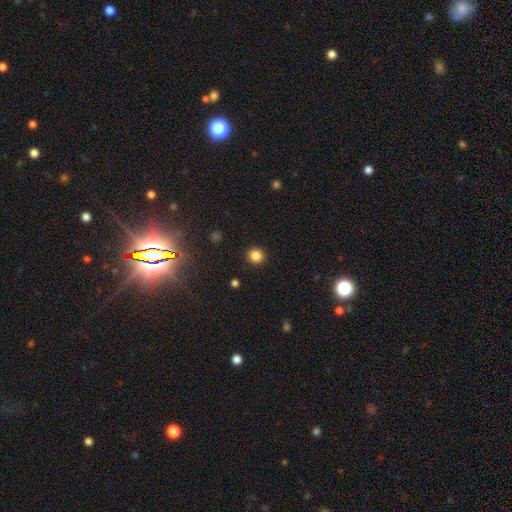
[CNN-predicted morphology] smooth_or_featured: smooth (p=0.84) [alt: star or artifact p=0.12]
how_rounded: round (p=0.91) [alt: in between p=0.08]
merging: none (p=0.92) [alt: minor disturbance p=0.05]